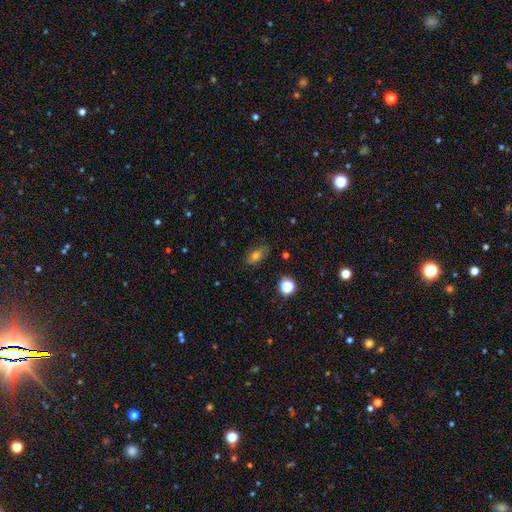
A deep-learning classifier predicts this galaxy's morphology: The model was most divided on "smooth or featured": smooth: 66%, featured or disk: 18%, star or artifact: 16%. More confident: merging — none (79%); how rounded — in between (79%).